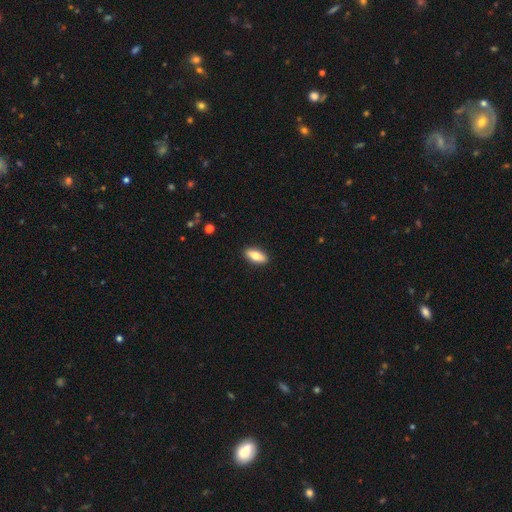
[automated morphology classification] Smooth or featured? smooth (75%)
How rounded? in between (81%)
Merging? none (90%)